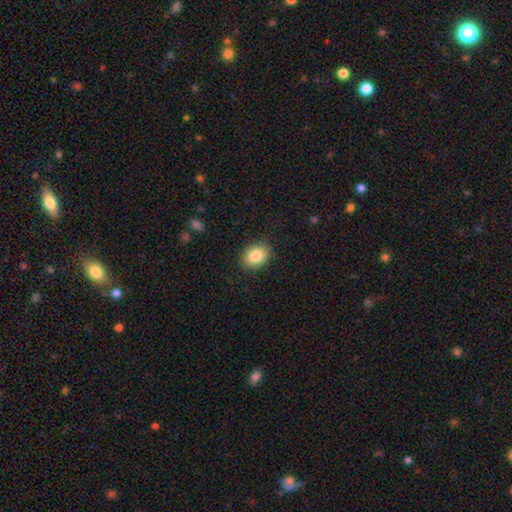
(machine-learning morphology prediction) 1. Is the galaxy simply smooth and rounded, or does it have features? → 85% smooth, 8% star or artifact, 7% featured or disk.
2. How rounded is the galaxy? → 69% in between, 30% round, 1% cigar-shaped.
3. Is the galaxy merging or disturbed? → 87% none, 9% minor disturbance, 2% major disturbance, 1% merger.